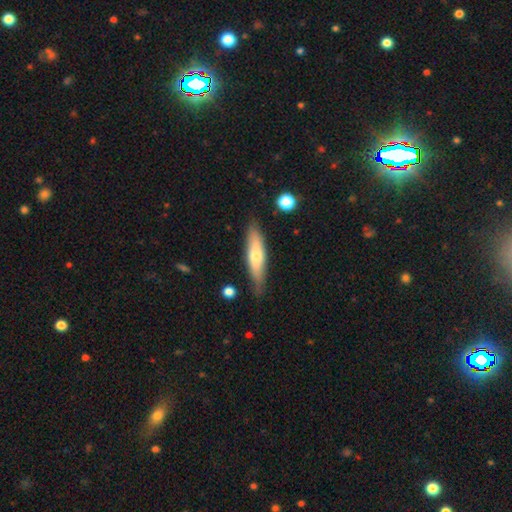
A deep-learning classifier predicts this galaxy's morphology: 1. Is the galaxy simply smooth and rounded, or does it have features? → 53% smooth, 41% featured or disk, 6% star or artifact.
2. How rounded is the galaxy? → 75% cigar-shaped, 23% in between, 2% round.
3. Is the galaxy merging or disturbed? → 82% none, 13% minor disturbance, 2% major disturbance, 2% merger.